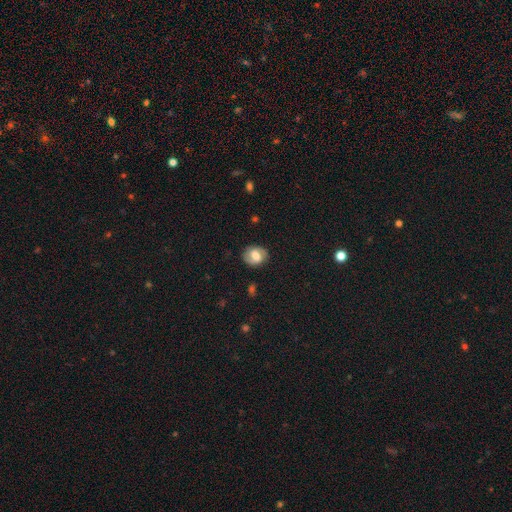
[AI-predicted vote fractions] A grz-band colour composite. It shows a smooth galaxy with no disk features (48%). Merging: none (82%).